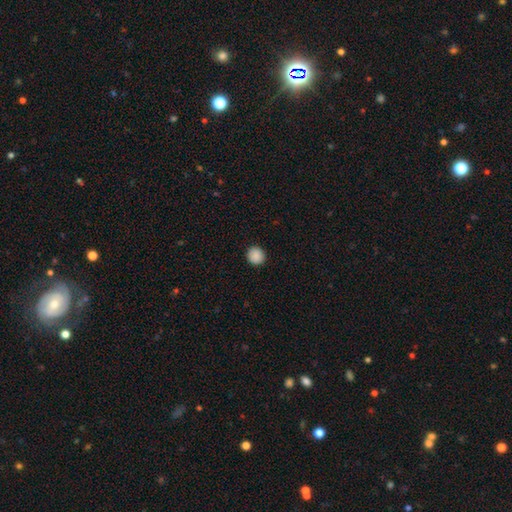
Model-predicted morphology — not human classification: Smooth or featured?
  - smooth: 89% *
  - star or artifact: 8%
  - featured or disk: 2%
How rounded?
  - round: 93% *
  - in between: 6%
  - cigar-shaped: 1%
Merging?
  - none: 92% *
  - minor disturbance: 6%
  - major disturbance: 2%
  - merger: 1%